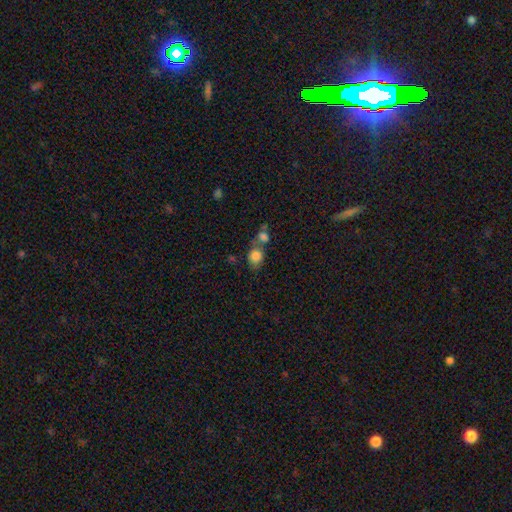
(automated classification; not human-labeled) smooth_or_featured: smooth (p=0.83) [alt: star or artifact p=0.09]
how_rounded: round (p=0.57) [alt: in between p=0.42]
merging: merger (p=0.44) [alt: none p=0.40]